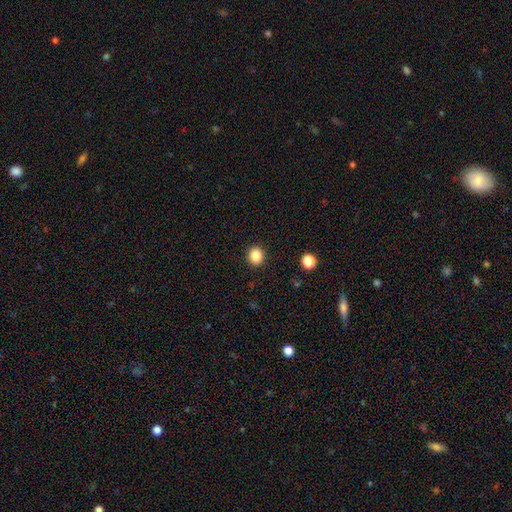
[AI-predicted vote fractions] Smooth or featured?
  - smooth: 85% *
  - star or artifact: 11%
  - featured or disk: 4%
How rounded?
  - round: 83% *
  - in between: 16%
  - cigar-shaped: 1%
Merging?
  - none: 92% *
  - minor disturbance: 5%
  - major disturbance: 2%
  - merger: 1%